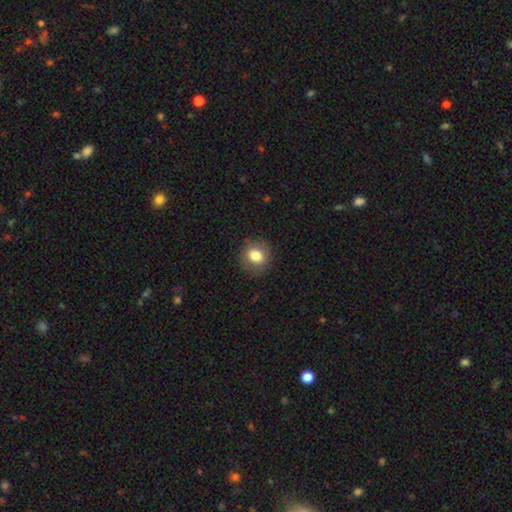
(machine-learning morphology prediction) Smooth or featured? Predicted: smooth (p=0.80). How rounded? Predicted: round (p=0.73). Merging? Predicted: none (p=0.85).